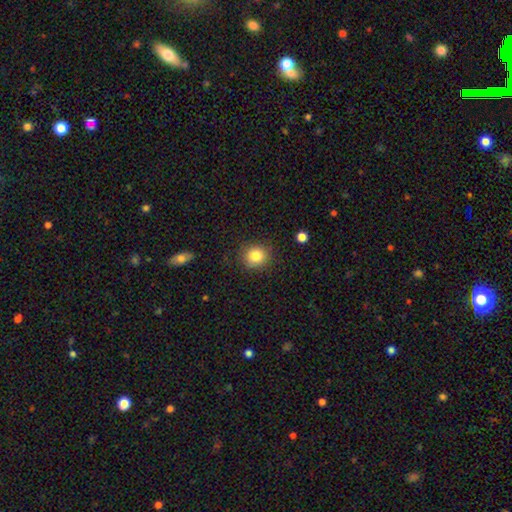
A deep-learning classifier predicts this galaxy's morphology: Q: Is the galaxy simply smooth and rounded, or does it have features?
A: smooth — 84%.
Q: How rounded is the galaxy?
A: round — 87%.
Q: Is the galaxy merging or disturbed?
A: none — 86%.